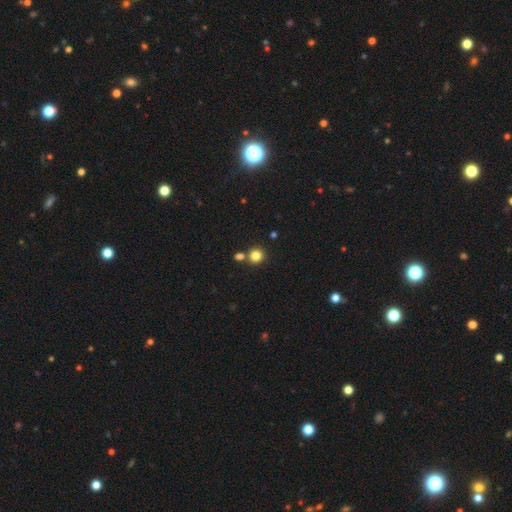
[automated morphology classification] This appears to be a smooth galaxy with no disk features (82%) that is round (92%). Merging: none (74%).